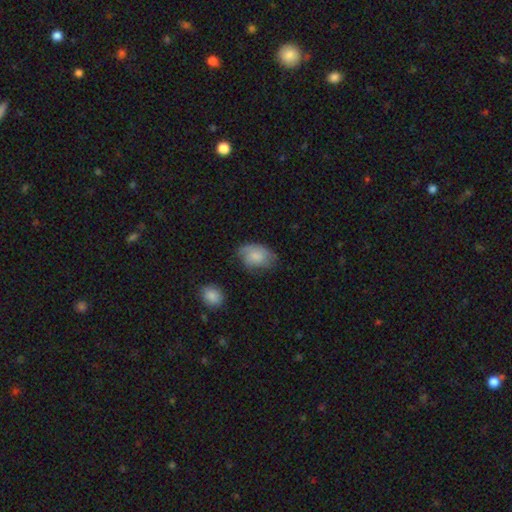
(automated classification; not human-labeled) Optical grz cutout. It shows a smooth galaxy with no disk features (73%) that is in between round and cigar-shaped (83%). Merging: none (55%).